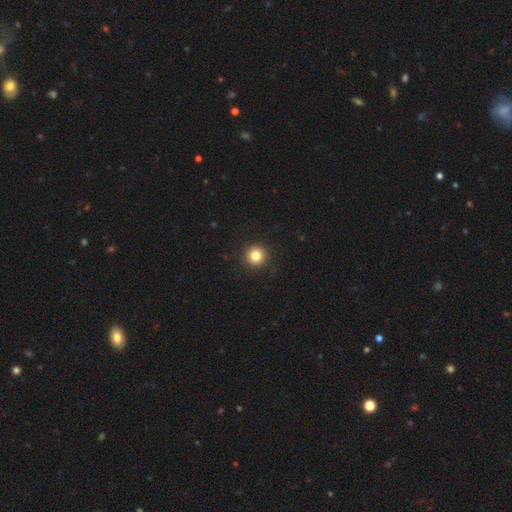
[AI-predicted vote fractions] This is clearly a smooth galaxy (82%). How rounded: clearly round (96%). Merging: clearly none (92%).